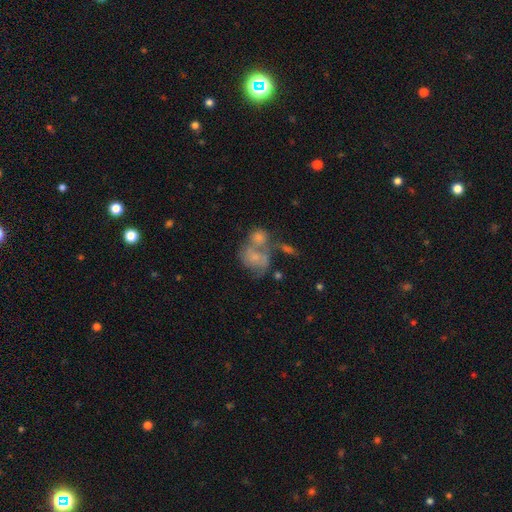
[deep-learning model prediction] Smooth or featured: featured or disk — 46% (smooth — 42%)
Merging: merger — 50% (none — 24%)